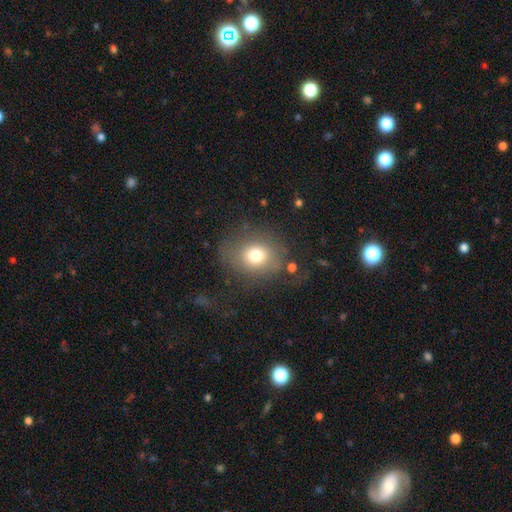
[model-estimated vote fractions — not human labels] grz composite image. It shows a smooth galaxy with no disk features (72%) that is round (63%). Merging: none (66%).